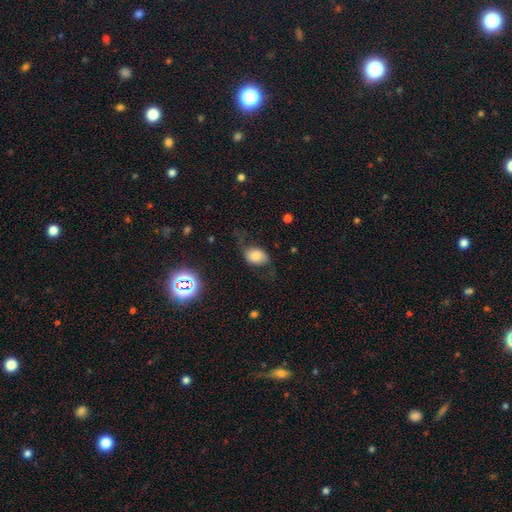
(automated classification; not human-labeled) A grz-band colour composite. It shows a smooth galaxy with no disk features (62%) that is in between round and cigar-shaped (76%). Merging: none (53%).